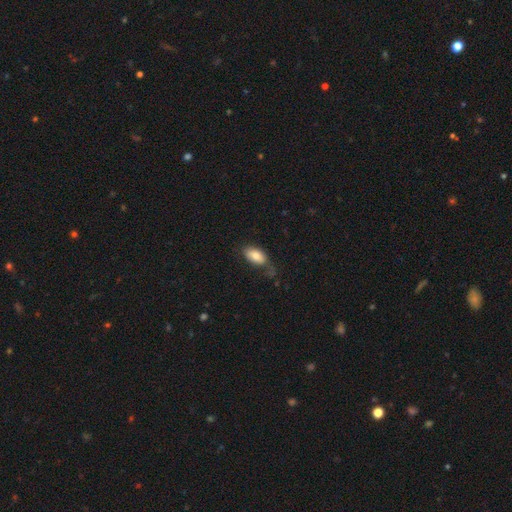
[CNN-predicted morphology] Overall: smooth (80%). How rounded: in between (92%). Merging: none (51%; minor disturbance 29%).